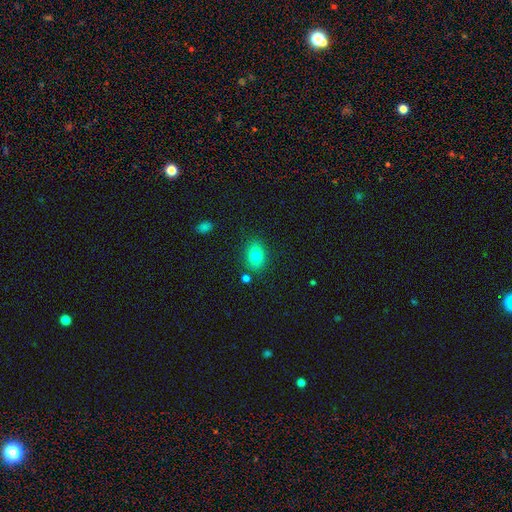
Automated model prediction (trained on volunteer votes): Smooth or featured? smooth (79%)
How rounded? in between (75%)
Merging? none (82%)